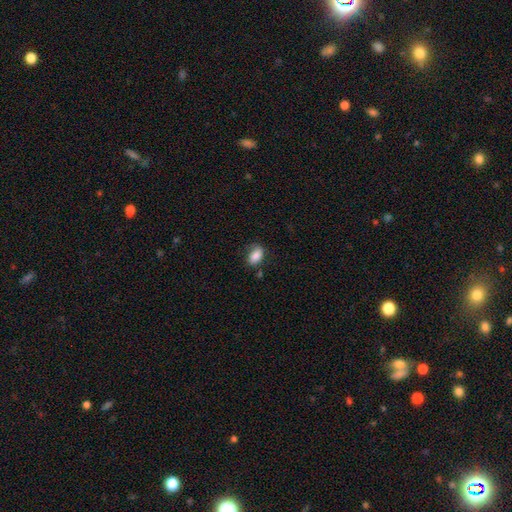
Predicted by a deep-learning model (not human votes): This appears to be a smooth galaxy with no disk features (84%) that is in between round and cigar-shaped (88%). Merging: none (61%).